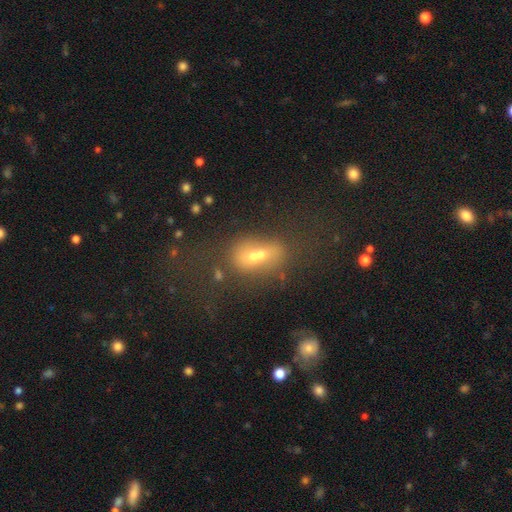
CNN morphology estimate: A smooth galaxy with no disk features (54%) that is in between round and cigar-shaped (66%). Merging: merger (61%).